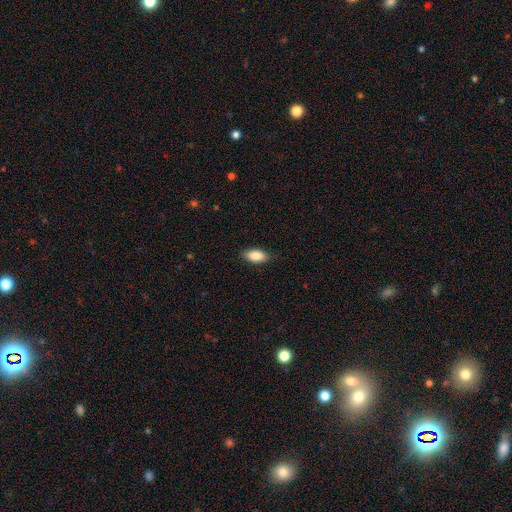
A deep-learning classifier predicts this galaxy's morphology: Overall: smooth (87%). How rounded: in between (88%). Merging: none (87%).